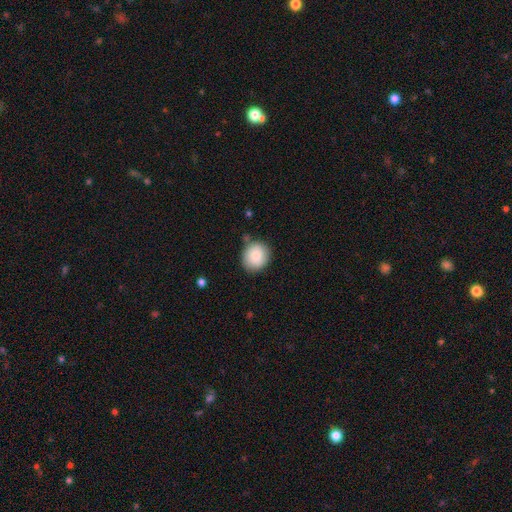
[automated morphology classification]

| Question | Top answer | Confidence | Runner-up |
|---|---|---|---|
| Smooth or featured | smooth | 85% | featured or disk (8%) |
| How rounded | round | 76% | in between (23%) |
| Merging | none | 78% | minor disturbance (15%) |